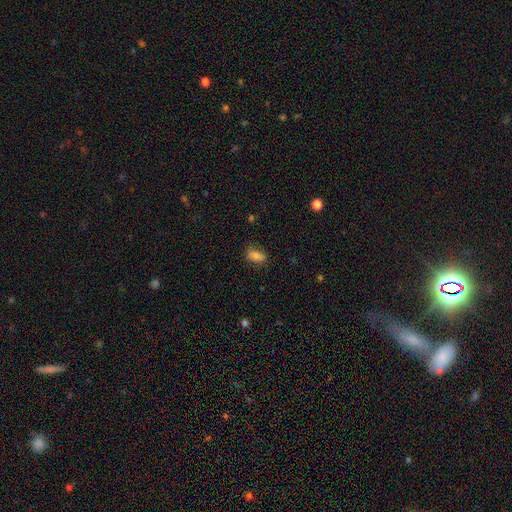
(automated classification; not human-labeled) Smooth or featured? smooth (80%)
How rounded? in between (86%)
Merging? none (76%)